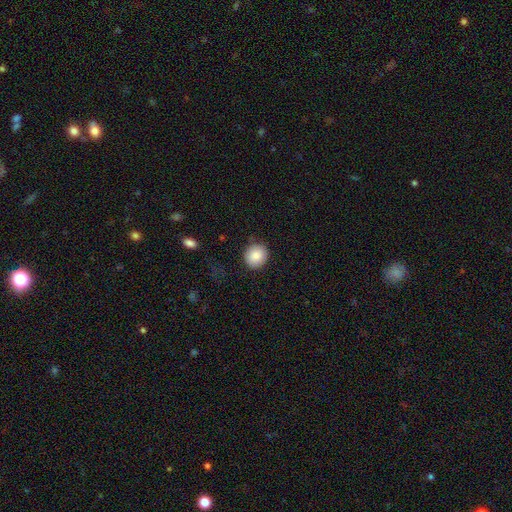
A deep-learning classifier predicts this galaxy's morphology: This is clearly a smooth galaxy (87%). How rounded: clearly round (86%). Merging: clearly none (86%).